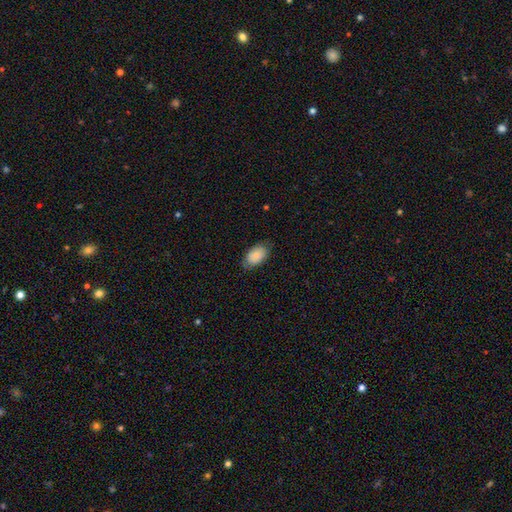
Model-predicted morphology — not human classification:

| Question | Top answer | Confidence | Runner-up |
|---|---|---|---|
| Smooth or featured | smooth | 86% | featured or disk (7%) |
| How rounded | in between | 93% | round (6%) |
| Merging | none | 78% | minor disturbance (18%) |